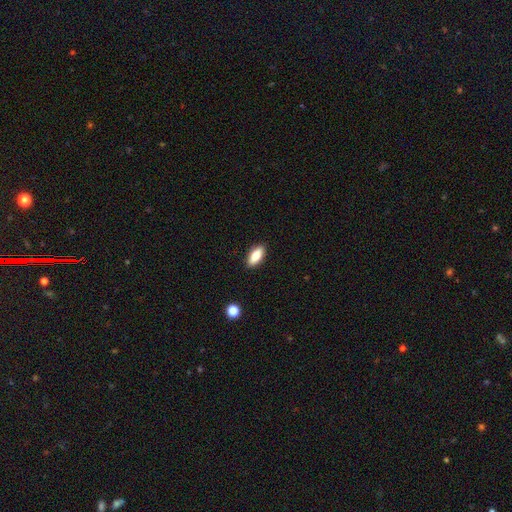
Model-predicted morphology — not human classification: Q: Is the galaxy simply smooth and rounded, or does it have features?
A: smooth — 79%.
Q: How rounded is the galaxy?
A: in between — 82%.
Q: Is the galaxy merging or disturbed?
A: none — 89%.